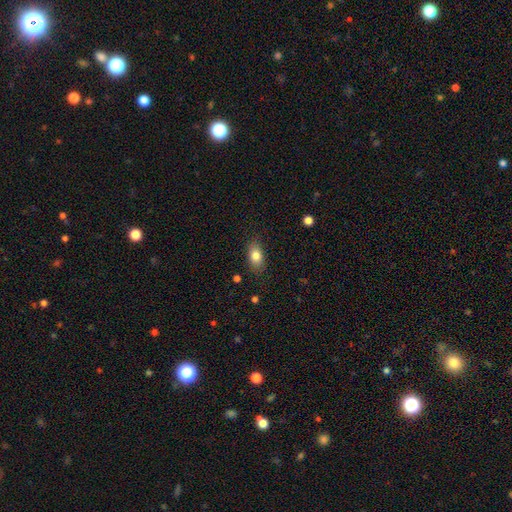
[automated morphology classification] This is clearly a smooth galaxy (81%). How rounded: clearly in between (85%). Merging: clearly none (84%).